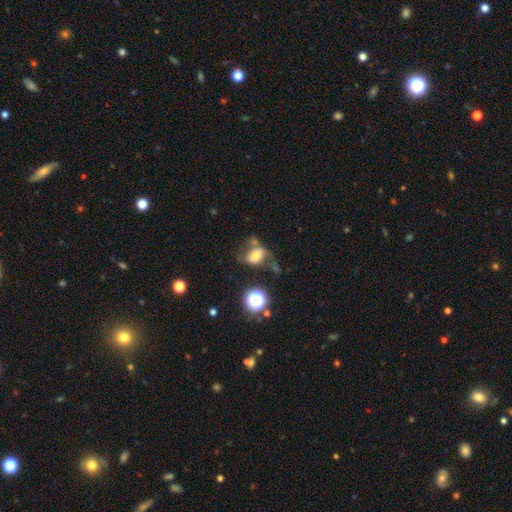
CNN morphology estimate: This is possibly a smooth galaxy (52%). How rounded: likely in between (63%). Merging: marginally none (36%).